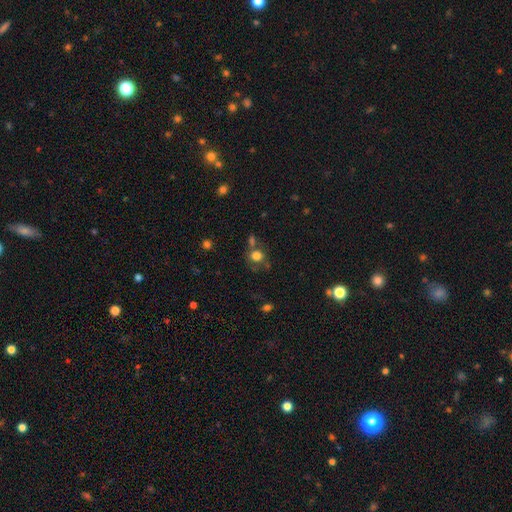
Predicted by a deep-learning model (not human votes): Morphology: type=smooth (76%); roundness=round (77%); merging=none (56%).